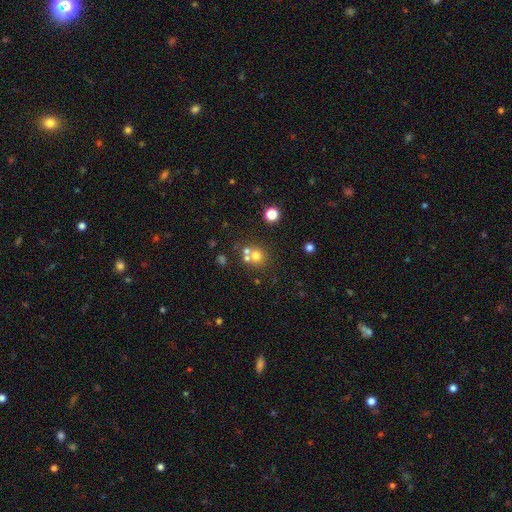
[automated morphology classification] A smooth galaxy with no disk features (66%) that is round (88%). Merging: none (55%).